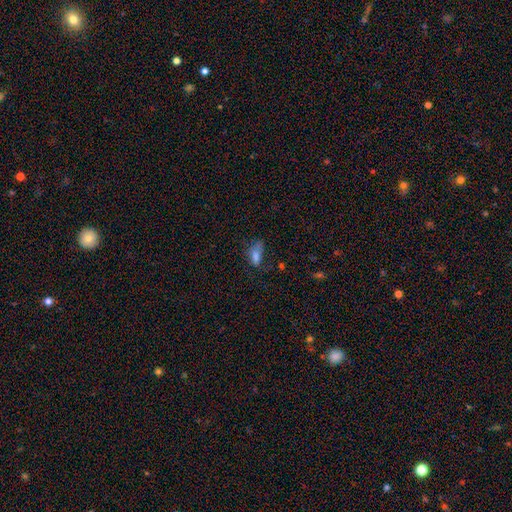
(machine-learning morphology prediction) smooth_or_featured: smooth (p=0.71) [alt: star or artifact p=0.15]
how_rounded: in between (p=0.79) [alt: cigar-shaped p=0.15]
merging: none (p=0.38) [alt: minor disturbance p=0.30]